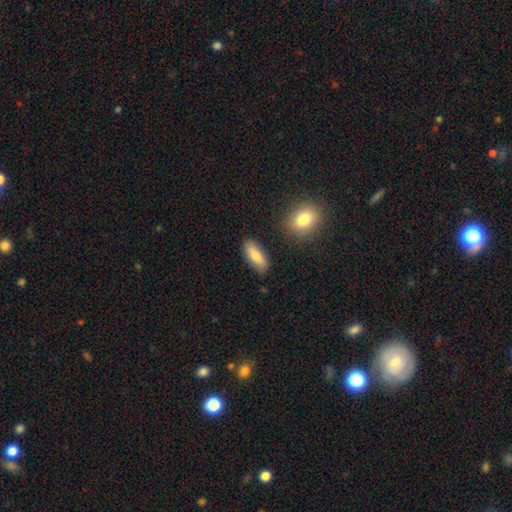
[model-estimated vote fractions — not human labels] Q: Smooth or featured?
A: smooth (79%); runner-up: featured or disk (14%)
Q: How rounded?
A: in between (76%); runner-up: cigar-shaped (22%)
Q: Merging?
A: none (82%); runner-up: minor disturbance (12%)